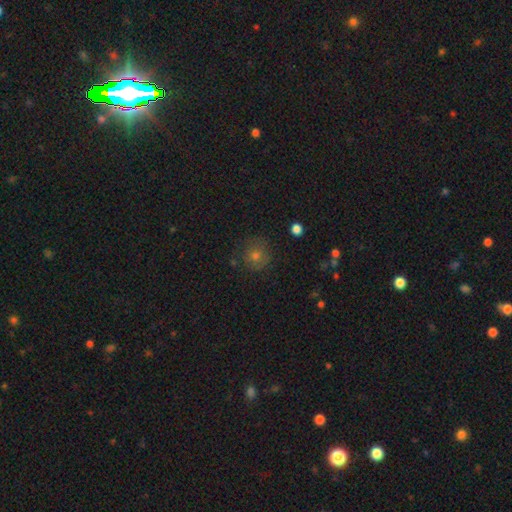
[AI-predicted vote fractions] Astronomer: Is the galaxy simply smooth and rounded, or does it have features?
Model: smooth — 58%.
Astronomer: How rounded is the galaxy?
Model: round — 92%.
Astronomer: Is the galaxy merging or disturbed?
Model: none — 82%.